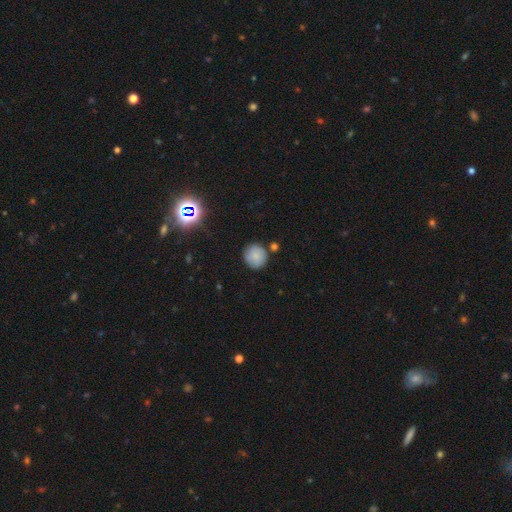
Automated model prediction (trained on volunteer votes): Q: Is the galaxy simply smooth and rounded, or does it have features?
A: smooth — 77%.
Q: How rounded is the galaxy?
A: round — 93%.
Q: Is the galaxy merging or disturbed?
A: none — 79%.